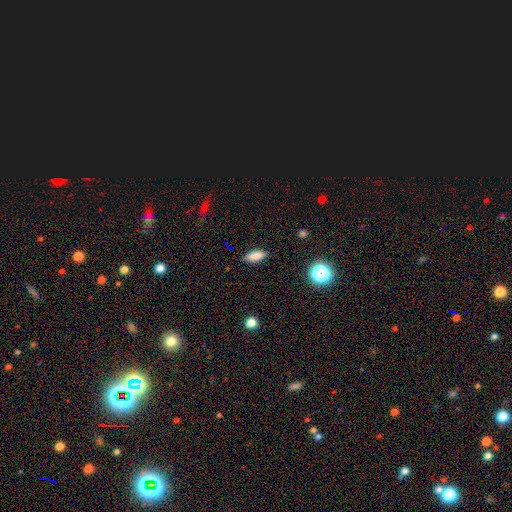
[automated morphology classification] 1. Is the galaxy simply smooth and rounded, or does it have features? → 82% smooth, 10% star or artifact, 8% featured or disk.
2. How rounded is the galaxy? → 69% in between, 27% cigar-shaped, 3% round.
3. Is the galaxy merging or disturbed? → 87% none, 10% minor disturbance, 2% major disturbance, 1% merger.